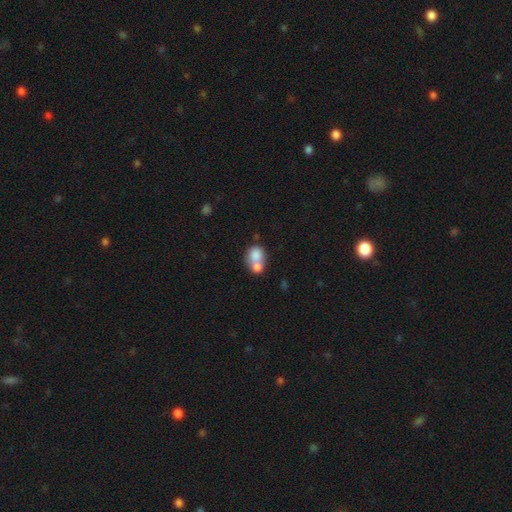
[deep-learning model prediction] This is likely a smooth galaxy (75%). How rounded: possibly round (53%). Merging: likely merger (68%).